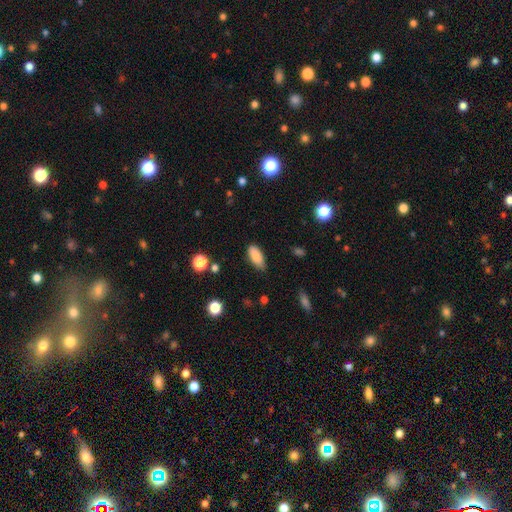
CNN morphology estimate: Overall: smooth (86%). How rounded: in between (86%). Merging: none (77%).